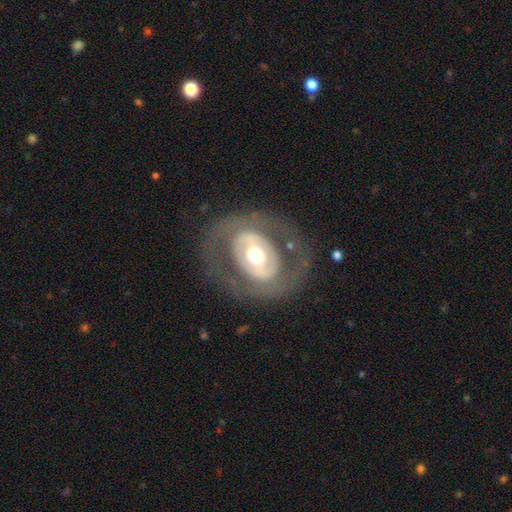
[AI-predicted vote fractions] smooth-or-featured: featured or disk: 67% | smooth: 27% | star or artifact: 6%
  disk-edge-on: no: 93% | yes: 7%
    bar: no: 61% | weak: 21% | strong: 18%
    has-spiral-arms: no: 76% | yes: 24%
    bulge-size: moderate: 63% | large: 25% | small: 8% | dominant: 3% | none: 1%
  merging: none: 75% | major disturbance: 12% | minor disturbance: 12% | merger: 1%